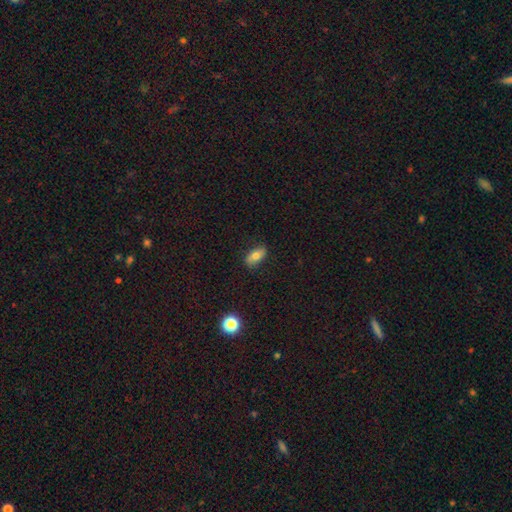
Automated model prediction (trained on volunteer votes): This is likely a smooth galaxy (73%). How rounded: clearly in between (87%). Merging: clearly none (82%).